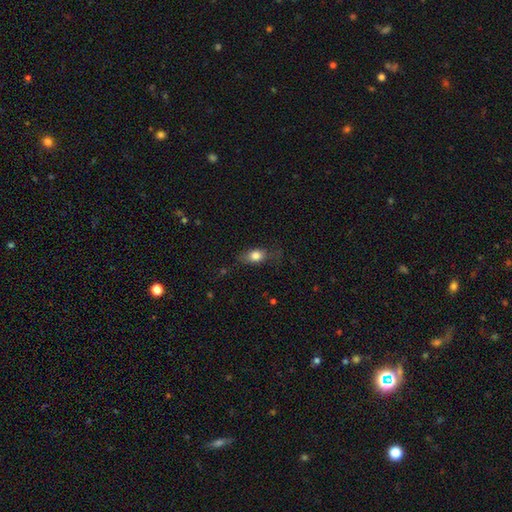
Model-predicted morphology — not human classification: A smooth galaxy with no disk features (78%) that is in between round and cigar-shaped (72%).

Vote fractions:
- Smooth or featured? smooth: 78% / featured or disk: 13% / star or artifact: 9%
- How rounded? in between: 72% / round: 21% / cigar-shaped: 7%
- Merging? none: 65% / minor disturbance: 25% / major disturbance: 9% / merger: 1%